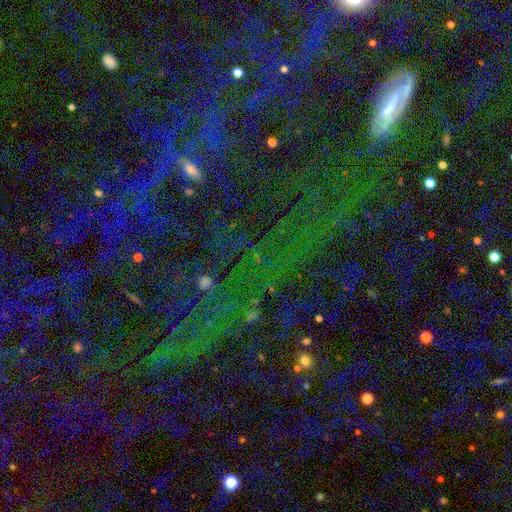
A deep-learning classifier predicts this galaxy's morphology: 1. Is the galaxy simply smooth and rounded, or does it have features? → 76% star or artifact, 14% smooth, 10% featured or disk.